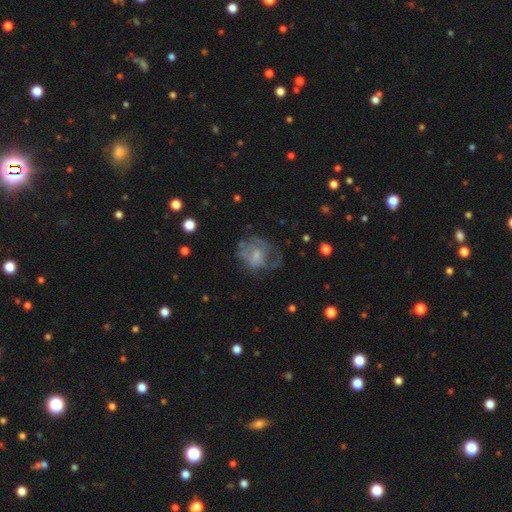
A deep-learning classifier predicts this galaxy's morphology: Smooth or featured: featured or disk — 52% (smooth — 36%)
Edge-on disk: no — 97% (yes — 3%)
Bar: no — 69% (weak — 27%)
Spiral arms: no — 64% (yes — 36%)
Bulge size: small — 39% (moderate — 30%)
Merging: none — 38% (major disturbance — 36%)